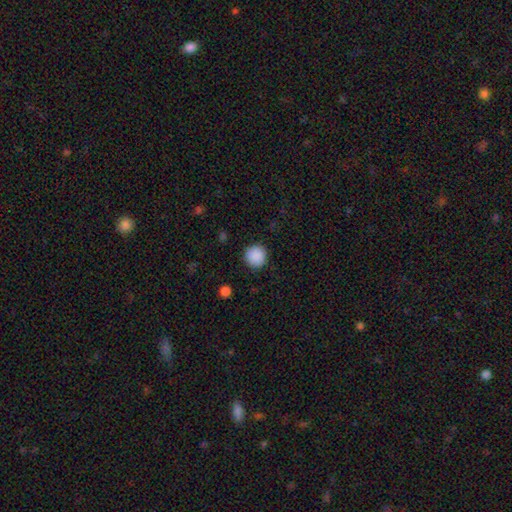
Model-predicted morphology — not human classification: Overall: smooth (89%). How rounded: round (95%). Merging: none (90%).